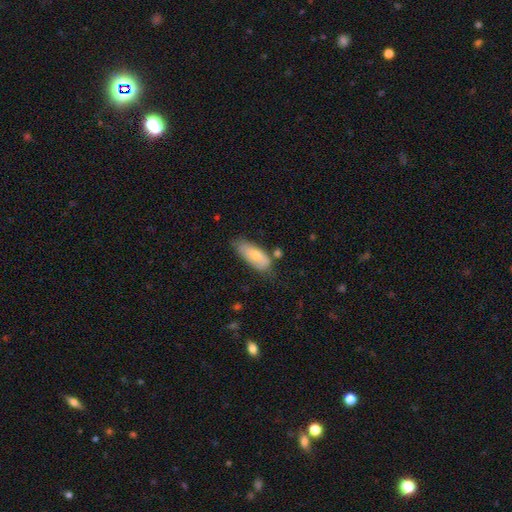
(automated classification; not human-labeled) Smooth or featured? smooth (73%)
How rounded? in between (77%)
Merging? none (58%)